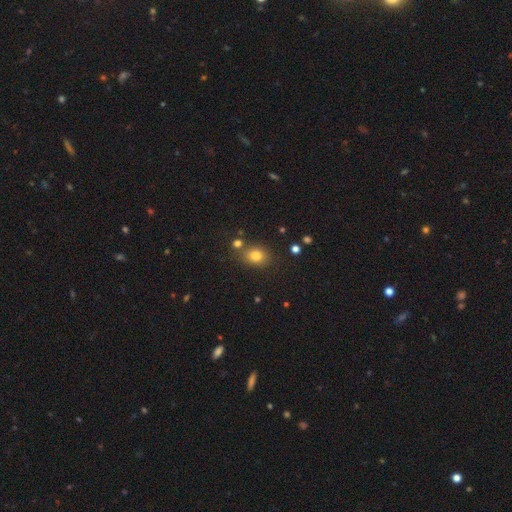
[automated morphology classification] Smooth or featured? Predicted: smooth (p=0.80). How rounded? Predicted: round (p=0.54). Merging? Predicted: none (p=0.76).